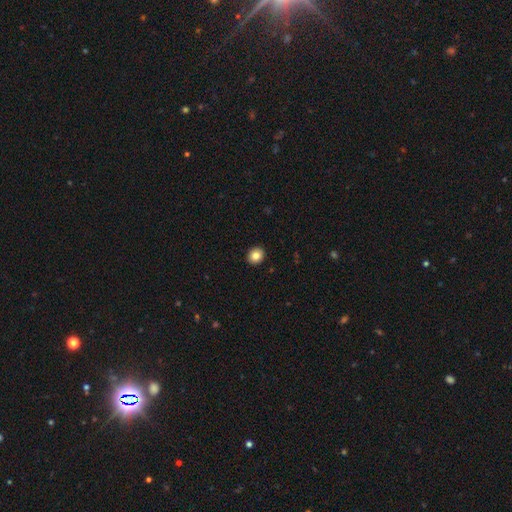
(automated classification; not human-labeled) A smooth galaxy with no disk features (84%) that is round (77%).

Vote fractions:
- Smooth or featured? smooth: 84% / star or artifact: 9% / featured or disk: 7%
- How rounded? round: 77% / in between: 23% / cigar-shaped: 1%
- Merging? none: 93% / minor disturbance: 5% / major disturbance: 1% / merger: 1%